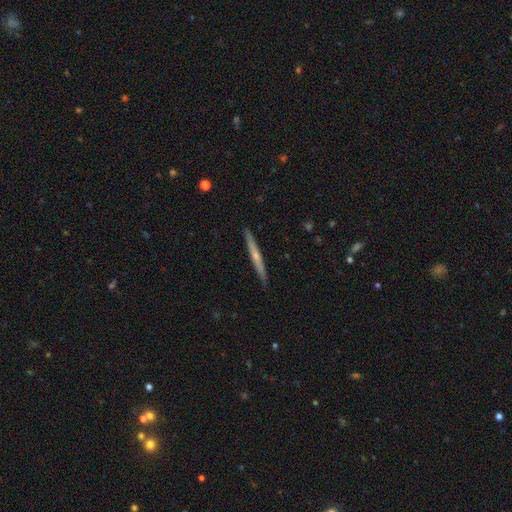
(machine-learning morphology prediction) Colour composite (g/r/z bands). It shows a featured or disk galaxy (60%) viewed edge-on (96%) with a rounded central bulge (54%). Merging: none (91%).